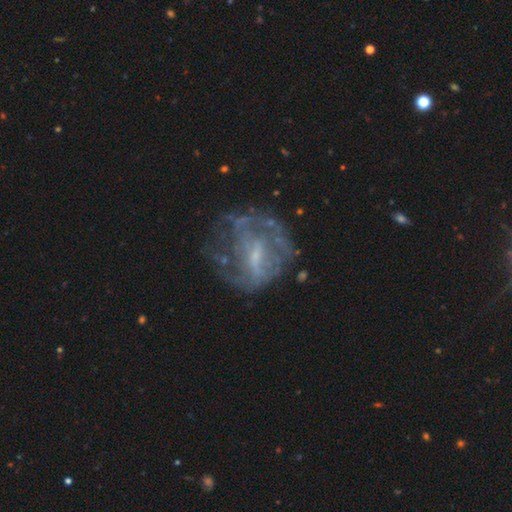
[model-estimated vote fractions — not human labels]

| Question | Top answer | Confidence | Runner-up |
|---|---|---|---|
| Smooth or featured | featured or disk | 70% | smooth (18%) |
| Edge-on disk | no | 97% | yes (3%) |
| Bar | weak | 46% | no (38%) |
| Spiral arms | no | 52% | yes (48%) |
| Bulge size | small | 51% | moderate (23%) |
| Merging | none | 52% | major disturbance (26%) |